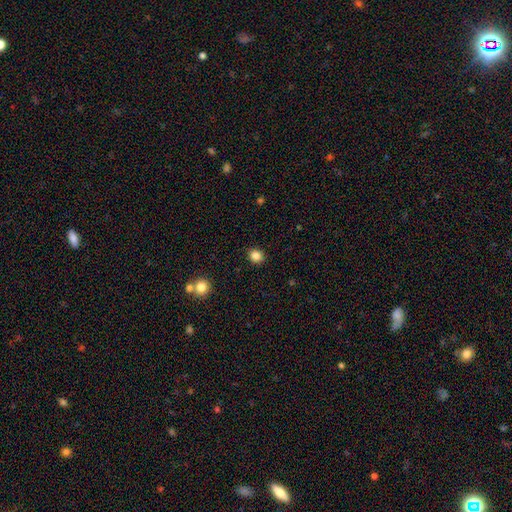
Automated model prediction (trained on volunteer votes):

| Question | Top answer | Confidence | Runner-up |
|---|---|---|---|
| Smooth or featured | smooth | 85% | star or artifact (11%) |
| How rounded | round | 80% | in between (19%) |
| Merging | none | 91% | minor disturbance (6%) |